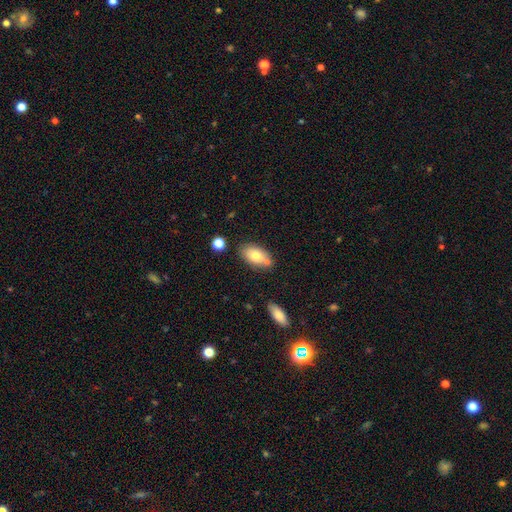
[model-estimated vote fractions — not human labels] Smooth or featured? smooth (74%)
How rounded? in between (90%)
Merging? none (68%)